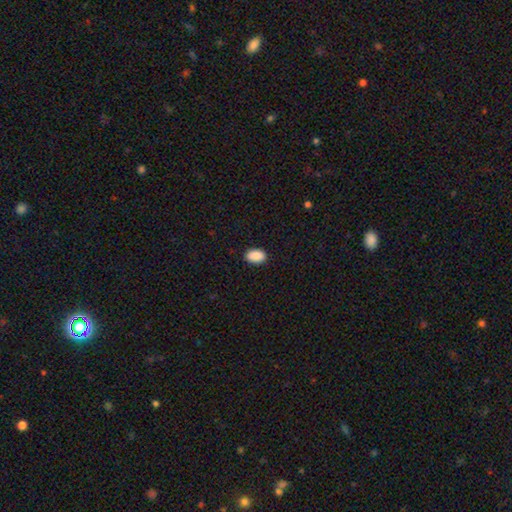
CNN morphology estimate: The model was most divided on "merging": none: 90%, minor disturbance: 8%, major disturbance: 2%, merger: 1%. More confident: how rounded — in between (91%); smooth or featured — smooth (91%).